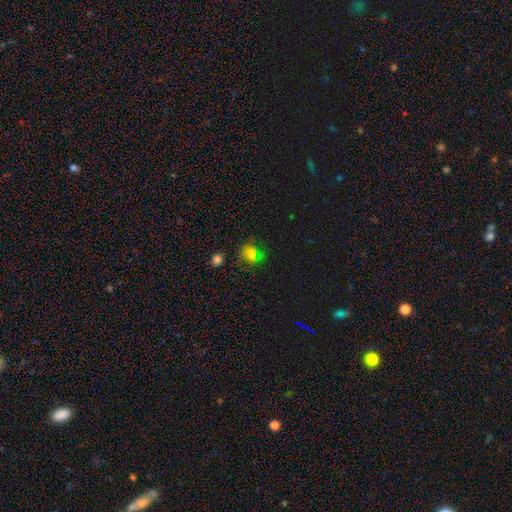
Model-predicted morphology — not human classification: smooth_or_featured: smooth (p=0.42) [alt: star or artifact p=0.37]
merging: none (p=0.70) [alt: minor disturbance p=0.17]